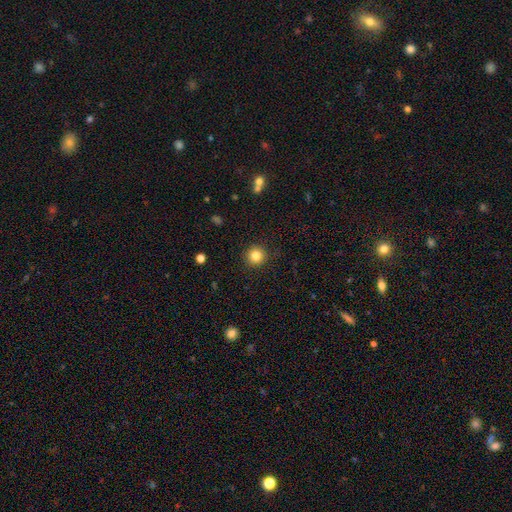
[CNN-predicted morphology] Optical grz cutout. It shows a smooth galaxy with no disk features (84%) that is round (94%). Merging: none (91%).